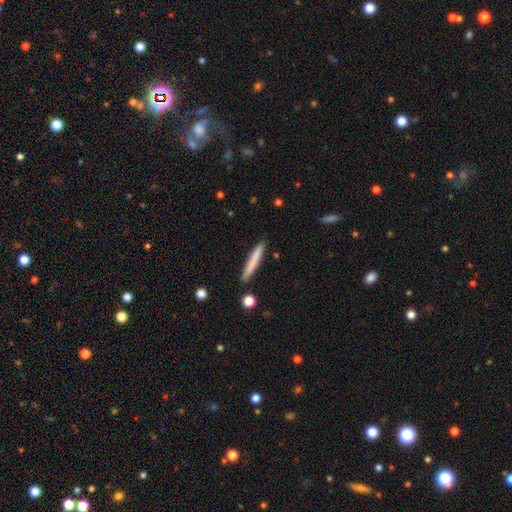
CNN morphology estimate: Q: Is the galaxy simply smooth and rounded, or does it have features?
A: smooth — 56%.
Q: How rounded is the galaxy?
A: cigar-shaped — 94%.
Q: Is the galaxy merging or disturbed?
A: none — 86%.